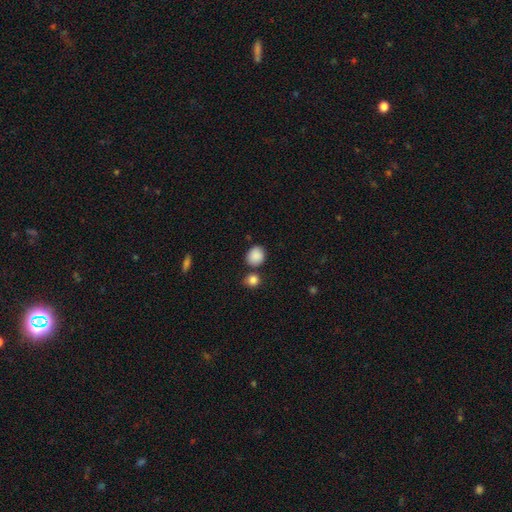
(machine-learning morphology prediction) smooth 88%, star or artifact 9%, featured or disk 3%. Down the decision tree: how rounded — round (74%); merging — none (73%).